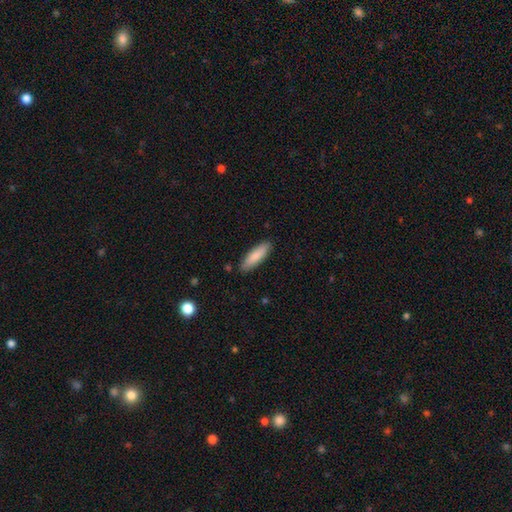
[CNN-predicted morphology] smooth-or-featured: smooth: 86% | featured or disk: 9% | star or artifact: 5%
  how-rounded: cigar-shaped: 58% | in between: 40% | round: 1%
  merging: none: 87% | minor disturbance: 9% | major disturbance: 2% | merger: 1%